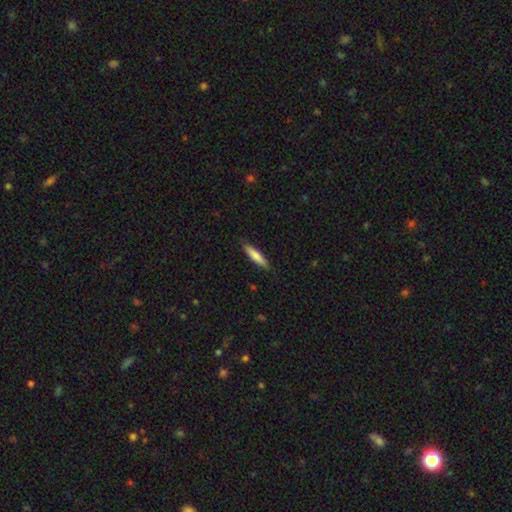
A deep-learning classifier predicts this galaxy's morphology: This appears to be a smooth galaxy with no disk features (78%) that is cigar-shaped (82%). Merging: none (86%).